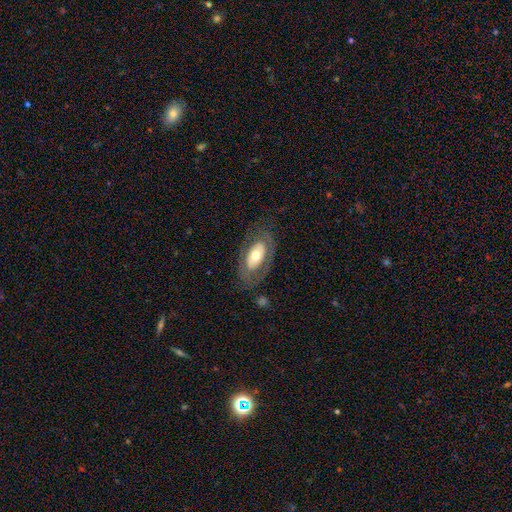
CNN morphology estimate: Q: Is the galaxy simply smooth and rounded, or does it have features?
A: featured or disk — 48%.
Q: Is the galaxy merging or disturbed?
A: none — 73%.